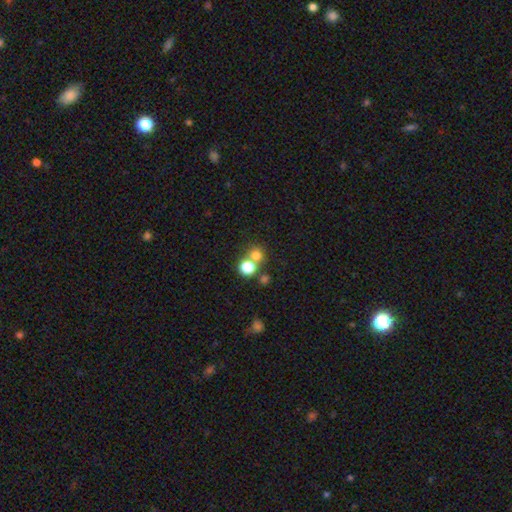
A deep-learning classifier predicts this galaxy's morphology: Smooth or featured? Predicted: smooth (p=0.73). How rounded? Predicted: round (p=0.87). Merging? Predicted: none (p=0.56).